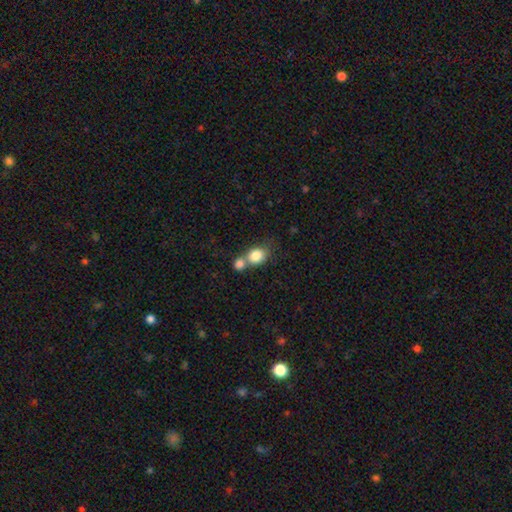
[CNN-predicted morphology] Smooth or featured?
  - smooth: 82% *
  - featured or disk: 9%
  - star or artifact: 9%
How rounded?
  - round: 57% *
  - in between: 42%
  - cigar-shaped: 1%
Merging?
  - merger: 55% *
  - none: 33%
  - minor disturbance: 8%
  - major disturbance: 4%